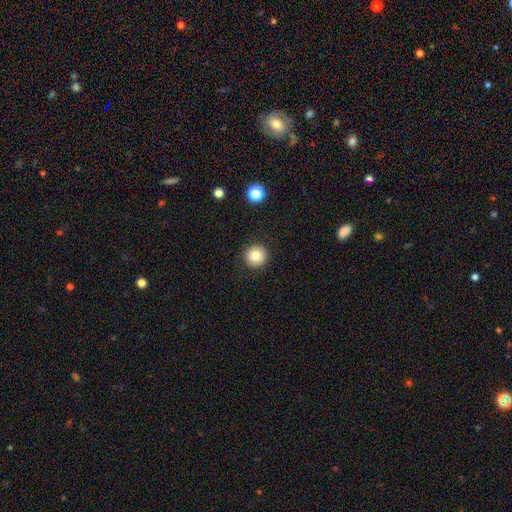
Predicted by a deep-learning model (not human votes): This appears to be a smooth galaxy with no disk features (81%) that is round (95%). Merging: none (92%).